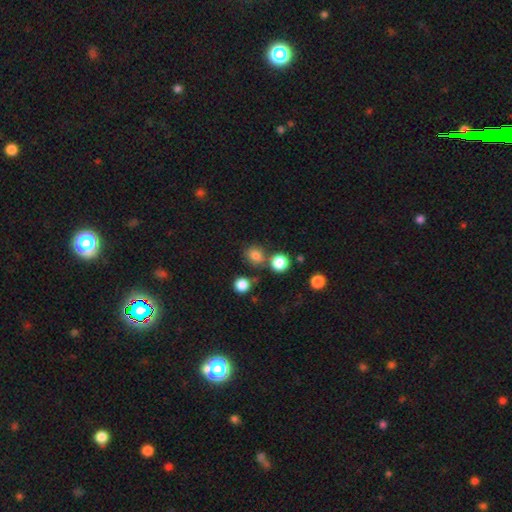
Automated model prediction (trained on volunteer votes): Smooth or featured?
  - smooth: 78% *
  - star or artifact: 16%
  - featured or disk: 7%
How rounded?
  - round: 75% *
  - in between: 23%
  - cigar-shaped: 1%
Merging?
  - none: 70% *
  - merger: 16%
  - minor disturbance: 10%
  - major disturbance: 4%